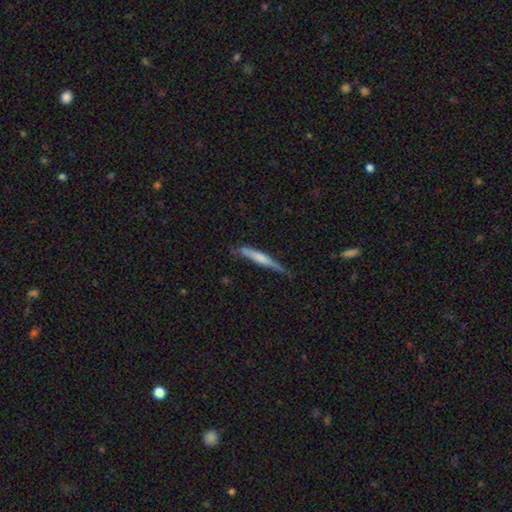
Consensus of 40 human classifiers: This appears to be a featured or disk galaxy (80%) viewed edge-on (97%) with a rounded central bulge (52%). Merging: none (79%).